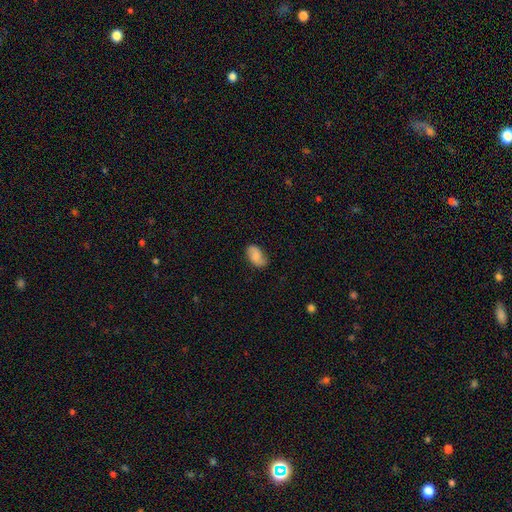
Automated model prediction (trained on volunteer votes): smooth 65%, featured or disk 27%, star or artifact 8%. Down the decision tree: how rounded — in between (92%); merging — none (75%).